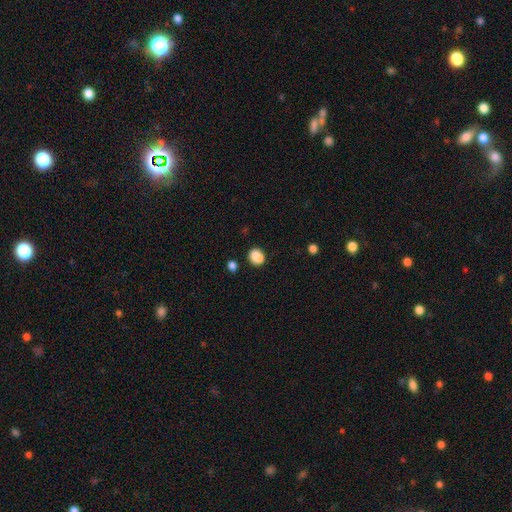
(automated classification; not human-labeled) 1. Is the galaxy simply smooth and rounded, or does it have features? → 87% smooth, 9% star or artifact, 4% featured or disk.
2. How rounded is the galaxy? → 51% round, 48% in between, 1% cigar-shaped.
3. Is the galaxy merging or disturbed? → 78% none, 14% minor disturbance, 5% merger, 4% major disturbance.